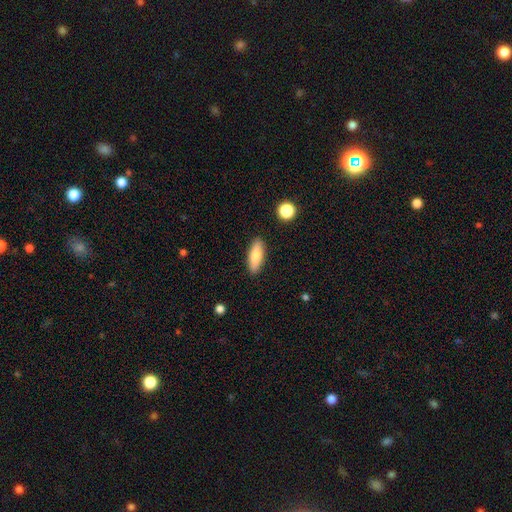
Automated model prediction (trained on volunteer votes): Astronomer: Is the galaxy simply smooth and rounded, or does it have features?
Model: smooth — 78%.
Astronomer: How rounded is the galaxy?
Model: in between — 69%.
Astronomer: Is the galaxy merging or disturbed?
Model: none — 89%.